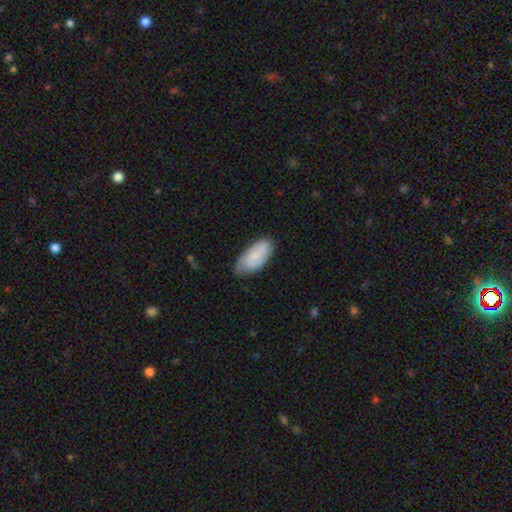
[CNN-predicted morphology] A smooth galaxy with no disk features (63%) that is in between round and cigar-shaped (91%). Merging: none (66%).